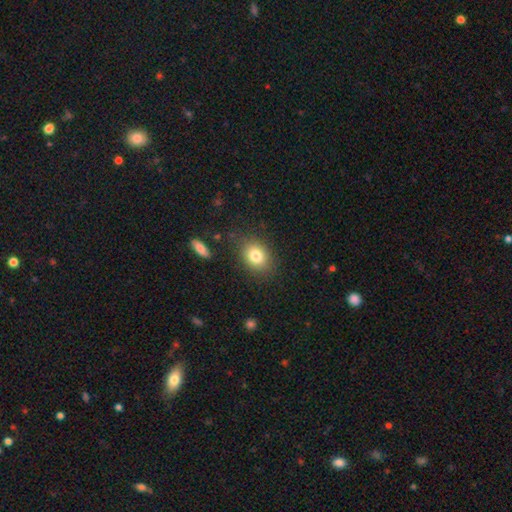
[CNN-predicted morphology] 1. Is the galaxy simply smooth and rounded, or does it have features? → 81% smooth, 10% star or artifact, 10% featured or disk.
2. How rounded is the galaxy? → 58% in between, 41% round, 1% cigar-shaped.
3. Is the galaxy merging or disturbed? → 83% none, 11% minor disturbance, 4% major disturbance, 2% merger.